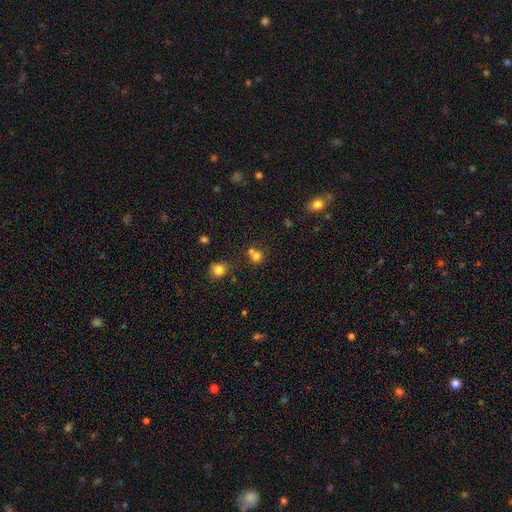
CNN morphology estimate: Q: Smooth or featured?
A: smooth (72%); runner-up: star or artifact (17%)
Q: How rounded?
A: round (84%); runner-up: in between (15%)
Q: Merging?
A: none (50%); runner-up: merger (38%)